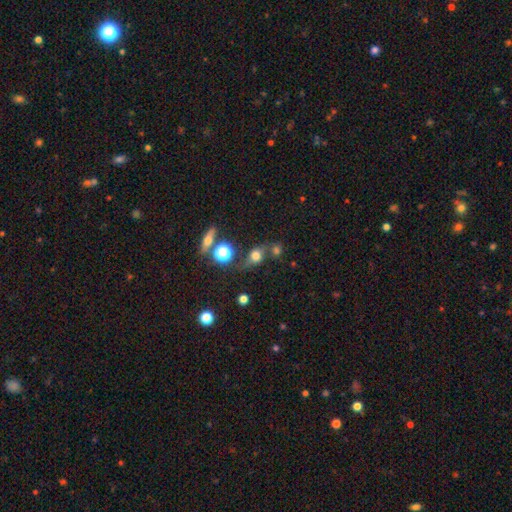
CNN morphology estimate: smooth-or-featured: smooth: 61% | featured or disk: 21% | star or artifact: 18%
  how-rounded: round: 59% | in between: 36% | cigar-shaped: 5%
  merging: none: 53% | minor disturbance: 19% | merger: 18% | major disturbance: 10%